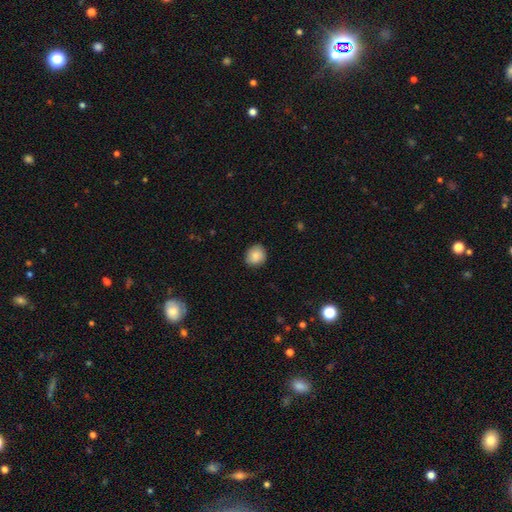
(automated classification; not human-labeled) smooth-or-featured: smooth: 88% | star or artifact: 7% | featured or disk: 5%
  how-rounded: round: 70% | in between: 29% | cigar-shaped: 1%
  merging: none: 87% | minor disturbance: 10% | major disturbance: 2% | merger: 1%